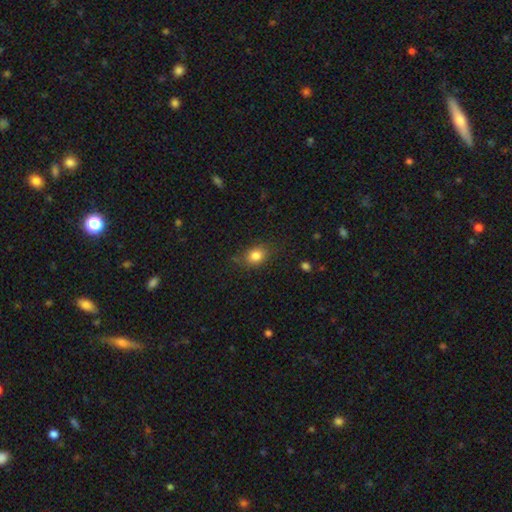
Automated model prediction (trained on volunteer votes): Smooth or featured: smooth — 82% (star or artifact — 11%)
How rounded: in between — 55% (round — 44%)
Merging: none — 74% (minor disturbance — 20%)